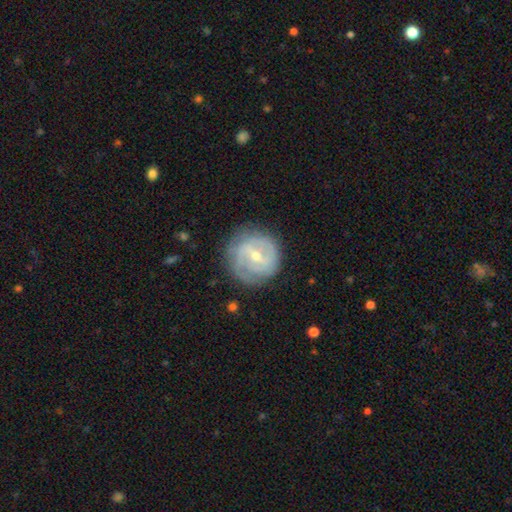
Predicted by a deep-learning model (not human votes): A featured or disk galaxy (77%) with a weak bar (55%), 2 (47%) tight (52%) spiral arms (89%) and a small central bulge (55%). Merging: none (79%).